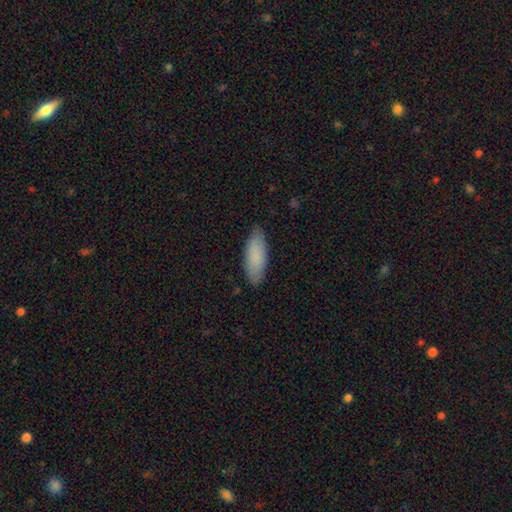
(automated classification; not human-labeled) Smooth or featured: smooth — 87% (featured or disk — 7%)
How rounded: in between — 70% (cigar-shaped — 28%)
Merging: none — 85% (minor disturbance — 12%)